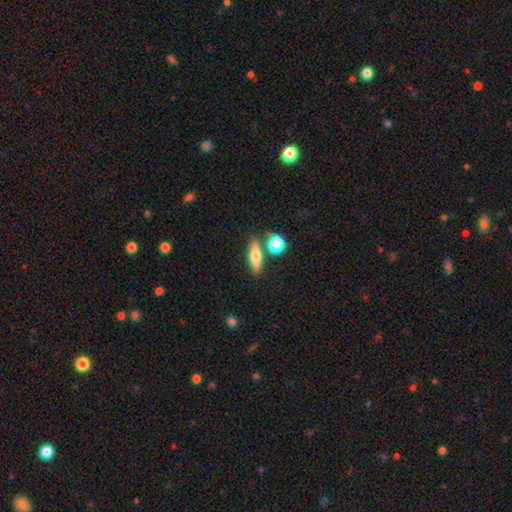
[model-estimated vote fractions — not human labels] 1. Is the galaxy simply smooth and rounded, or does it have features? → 58% smooth, 34% featured or disk, 8% star or artifact.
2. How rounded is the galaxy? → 49% cigar-shaped, 41% in between, 10% round.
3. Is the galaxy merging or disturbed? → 74% none, 13% merger, 10% minor disturbance, 3% major disturbance.